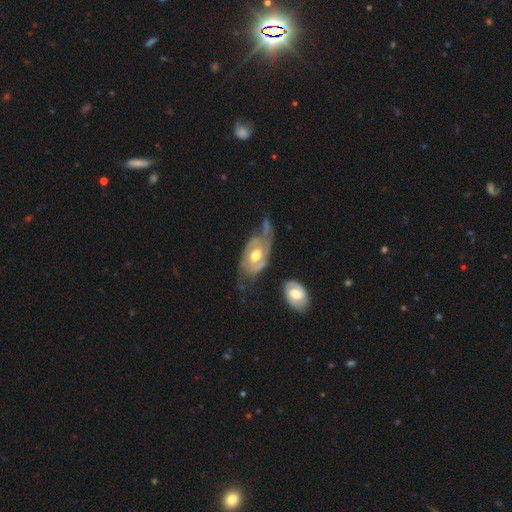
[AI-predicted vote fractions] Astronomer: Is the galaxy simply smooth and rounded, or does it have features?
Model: featured or disk — 81%.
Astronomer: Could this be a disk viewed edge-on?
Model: no — 95%.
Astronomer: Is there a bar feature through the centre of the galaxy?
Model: no — 60%.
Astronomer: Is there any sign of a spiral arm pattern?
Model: yes — 85%.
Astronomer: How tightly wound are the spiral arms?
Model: tight — 43% (runner-up: medium, 37%).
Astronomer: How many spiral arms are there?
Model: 2 — 72%.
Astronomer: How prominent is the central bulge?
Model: moderate — 73%.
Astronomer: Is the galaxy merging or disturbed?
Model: none — 39% (runner-up: major disturbance, 25%).